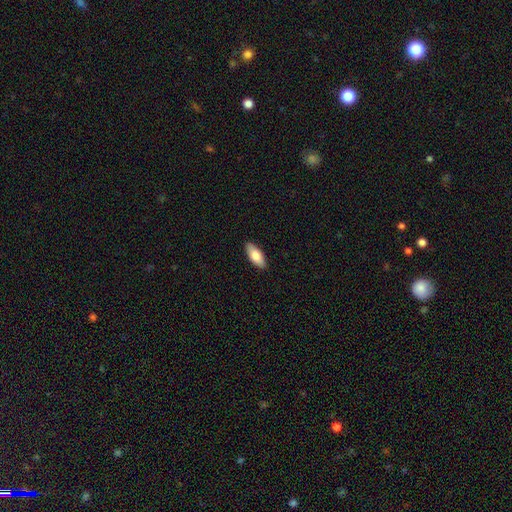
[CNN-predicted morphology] smooth-or-featured: smooth: 80% | featured or disk: 14% | star or artifact: 6%
  how-rounded: in between: 84% | cigar-shaped: 14% | round: 2%
  merging: none: 89% | minor disturbance: 8% | major disturbance: 2% | merger: 1%